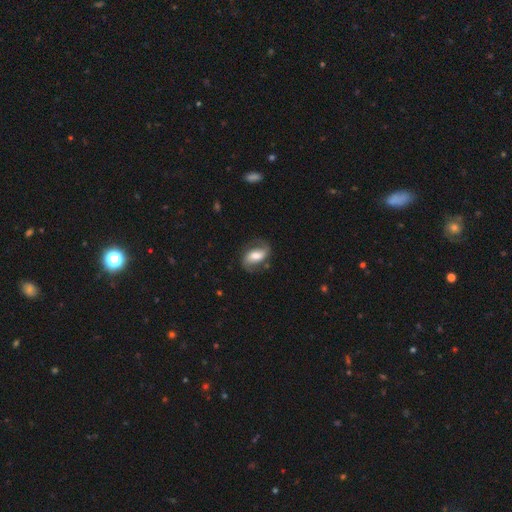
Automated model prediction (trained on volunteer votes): Q: Smooth or featured?
A: featured or disk (65%); runner-up: smooth (28%)
Q: Edge-on disk?
A: no (95%); runner-up: yes (5%)
Q: Bar?
A: weak (40%); runner-up: strong (34%)
Q: Spiral arms?
A: yes (89%); runner-up: no (11%)
Q: Spiral winding?
A: loose (46%); runner-up: medium (39%)
Q: Spiral arm count?
A: 2 (88%); runner-up: can't tell (5%)
Q: Bulge size?
A: moderate (53%); runner-up: large (23%)
Q: Merging?
A: none (70%); runner-up: minor disturbance (18%)